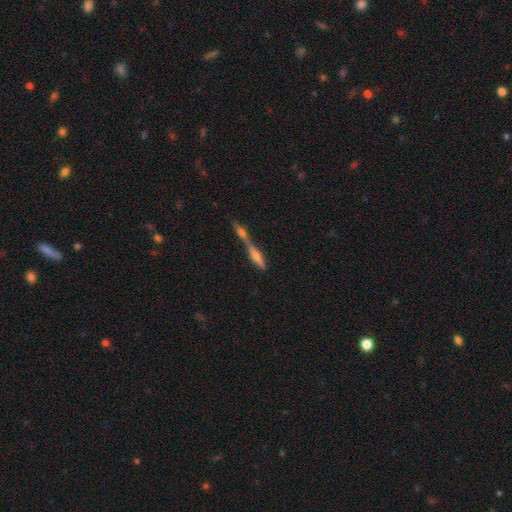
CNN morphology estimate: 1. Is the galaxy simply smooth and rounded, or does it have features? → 47% smooth, 43% featured or disk, 10% star or artifact.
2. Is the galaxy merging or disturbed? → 63% merger, 25% none, 7% minor disturbance, 5% major disturbance.